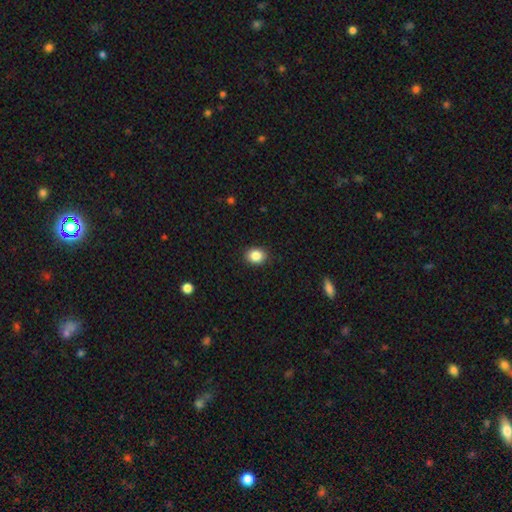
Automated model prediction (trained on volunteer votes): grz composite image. It shows a smooth galaxy with no disk features (86%) that is round (65%). Merging: none (90%).